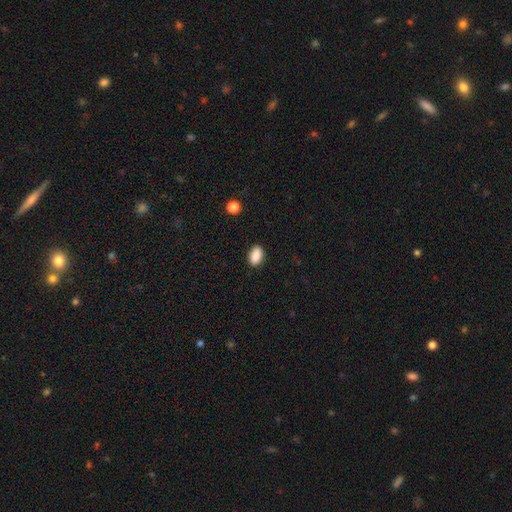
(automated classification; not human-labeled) smooth_or_featured: smooth (p=0.89) [alt: star or artifact p=0.08]
how_rounded: in between (p=0.89) [alt: round p=0.09]
merging: none (p=0.87) [alt: minor disturbance p=0.09]